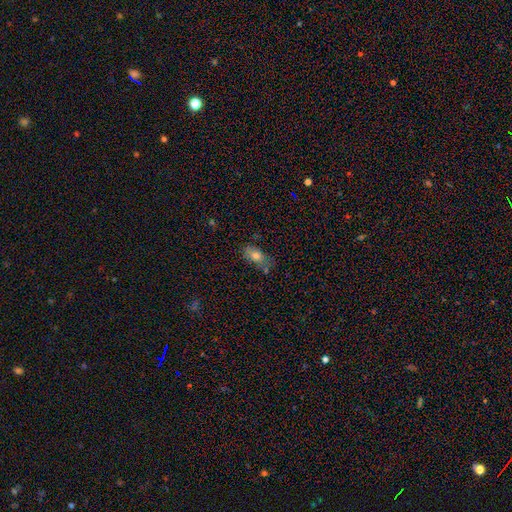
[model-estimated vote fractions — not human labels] The model was most divided on "merging": none: 63%, minor disturbance: 23%, merger: 7%, major disturbance: 6%. More confident: how rounded — in between (85%); smooth or featured — smooth (75%).